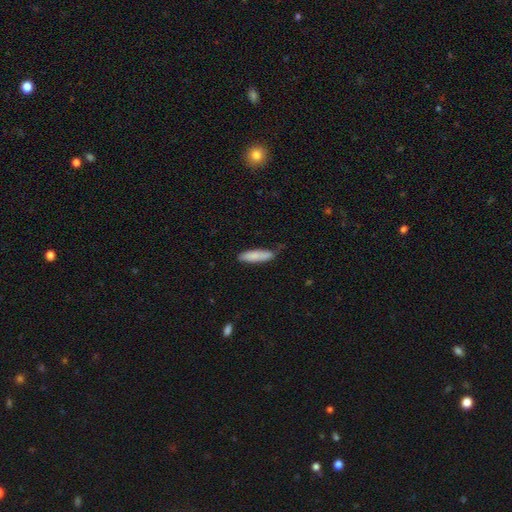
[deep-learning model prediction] A smooth galaxy with no disk features (83%) that is cigar-shaped (73%).

Vote fractions:
- Smooth or featured? smooth: 83% / featured or disk: 11% / star or artifact: 5%
- How rounded? cigar-shaped: 73% / in between: 25% / round: 1%
- Merging? none: 71% / minor disturbance: 23% / major disturbance: 4% / merger: 2%